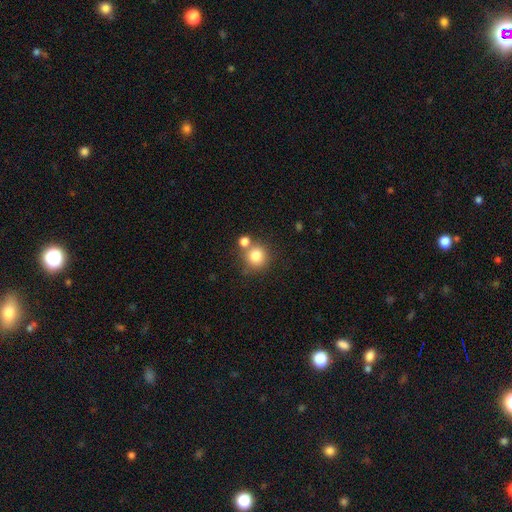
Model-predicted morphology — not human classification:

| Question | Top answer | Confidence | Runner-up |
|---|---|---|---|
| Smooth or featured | smooth | 81% | star or artifact (11%) |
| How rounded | round | 92% | in between (7%) |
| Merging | none | 65% | merger (23%) |